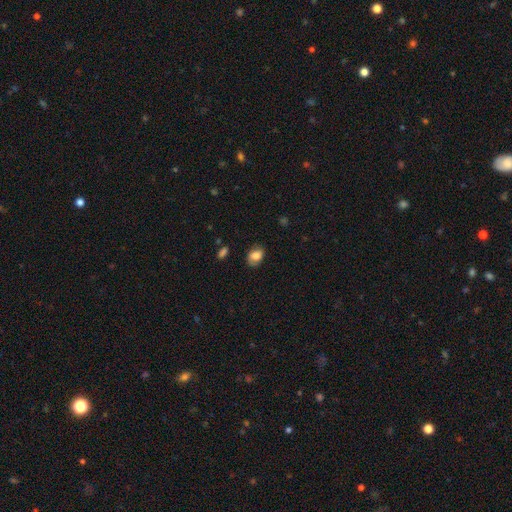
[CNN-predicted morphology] The model was most divided on "how rounded": in between: 74%, round: 24%, cigar-shaped: 1%. More confident: smooth or featured — smooth (77%); merging — none (73%).